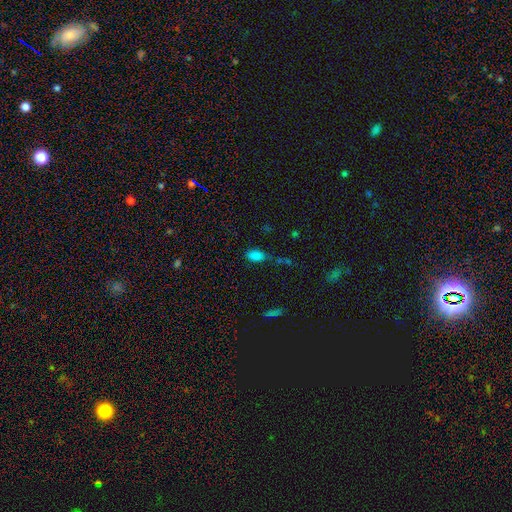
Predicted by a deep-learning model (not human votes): smooth 80%, star or artifact 15%, featured or disk 5%. Down the decision tree: how rounded — in between (91%); merging — none (54%).